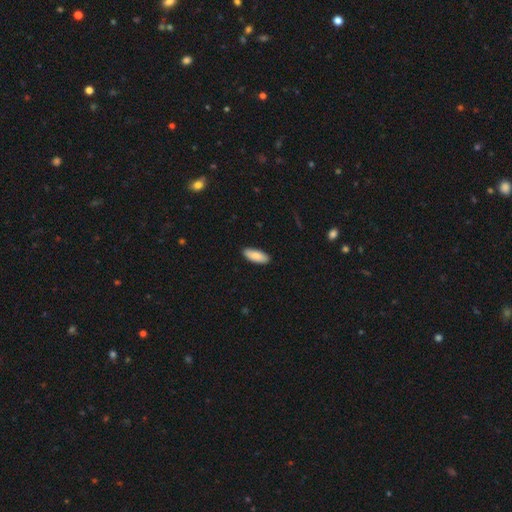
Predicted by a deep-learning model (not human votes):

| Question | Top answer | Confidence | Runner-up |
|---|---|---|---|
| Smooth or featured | smooth | 87% | featured or disk (8%) |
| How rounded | in between | 75% | cigar-shaped (24%) |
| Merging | none | 88% | minor disturbance (9%) |